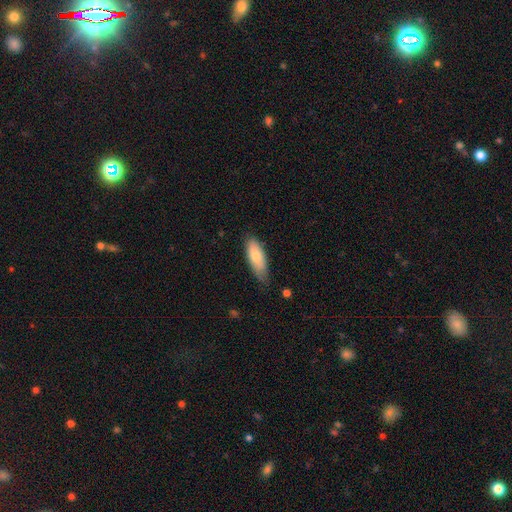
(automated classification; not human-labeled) smooth 77%, featured or disk 17%, star or artifact 6%. Down the decision tree: how rounded — in between (71%); merging — none (66%).